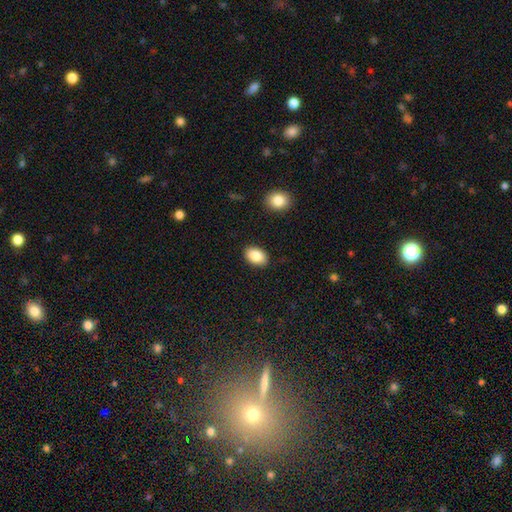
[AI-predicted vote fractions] Q: Smooth or featured?
A: smooth (87%); runner-up: star or artifact (7%)
Q: How rounded?
A: in between (88%); runner-up: round (11%)
Q: Merging?
A: none (88%); runner-up: minor disturbance (9%)